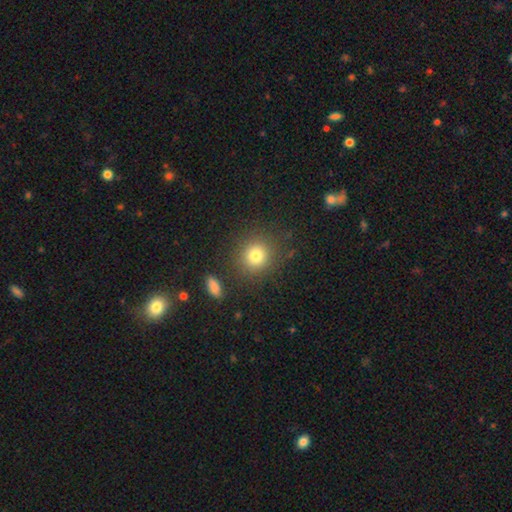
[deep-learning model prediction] Smooth or featured?
  - smooth: 80% *
  - star or artifact: 12%
  - featured or disk: 8%
How rounded?
  - round: 88% *
  - in between: 11%
  - cigar-shaped: 1%
Merging?
  - none: 84% *
  - minor disturbance: 9%
  - major disturbance: 4%
  - merger: 3%